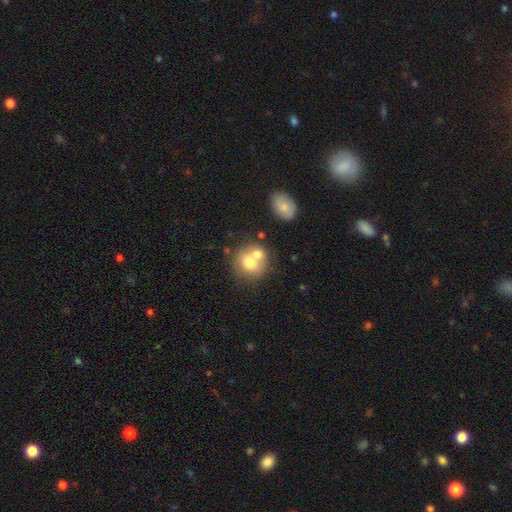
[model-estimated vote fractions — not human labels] Smooth or featured? smooth (67%)
How rounded? round (78%)
Merging? merger (46%)